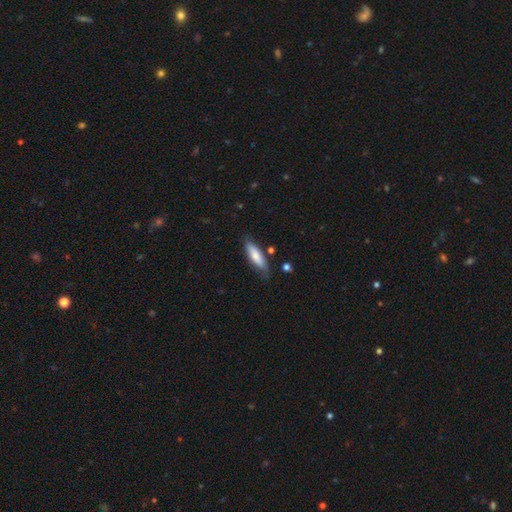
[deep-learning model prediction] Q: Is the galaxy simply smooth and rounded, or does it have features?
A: smooth — 74%.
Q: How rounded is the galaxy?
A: cigar-shaped — 54%.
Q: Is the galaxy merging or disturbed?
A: none — 70%.